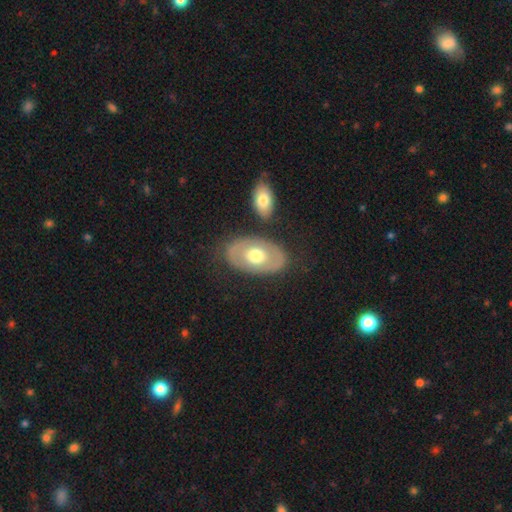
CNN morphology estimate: This appears to be a featured or disk galaxy (51%). Merging: none (78%).